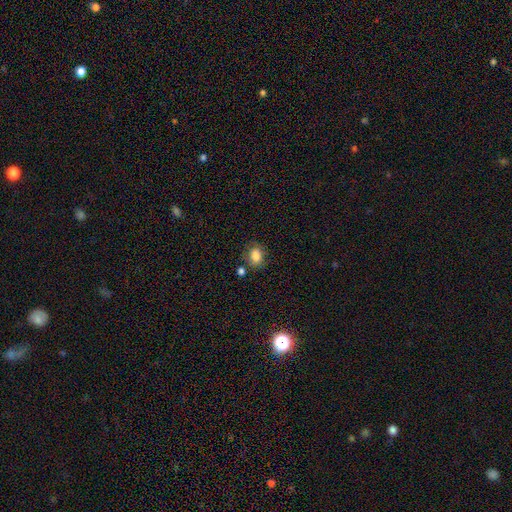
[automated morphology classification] type=smooth (83%); roundness=in between (63%); merging=none (73%).